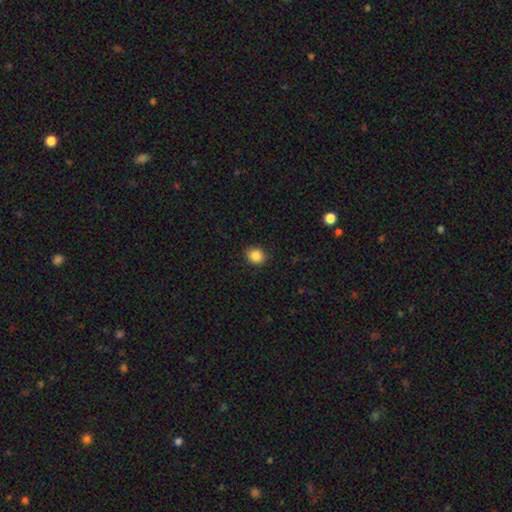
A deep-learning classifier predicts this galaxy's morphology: A smooth galaxy with no disk features (87%) that is round (67%).

Vote fractions:
- Smooth or featured? smooth: 87% / star or artifact: 10% / featured or disk: 4%
- How rounded? round: 67% / in between: 33% / cigar-shaped: 1%
- Merging? none: 89% / minor disturbance: 8% / major disturbance: 2% / merger: 1%